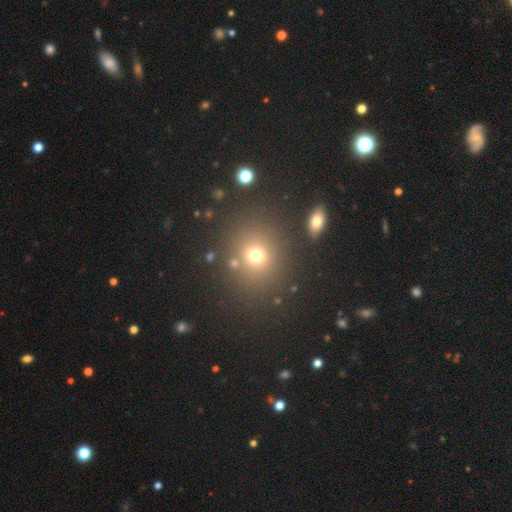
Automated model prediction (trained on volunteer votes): A smooth galaxy with no disk features (70%) that is round (73%). Merging: none (79%).